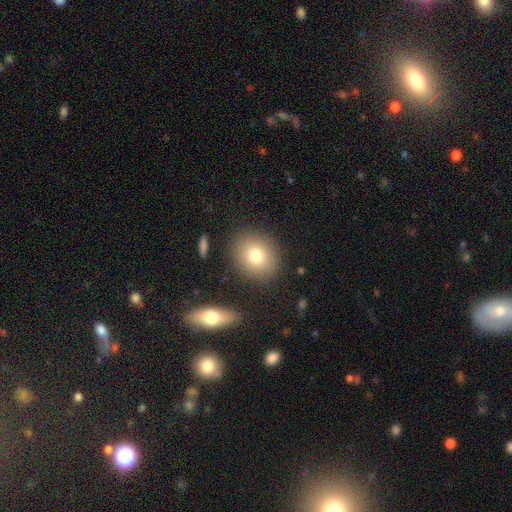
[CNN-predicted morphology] smooth_or_featured: smooth (p=0.77) [alt: featured or disk p=0.12]
how_rounded: round (p=0.68) [alt: in between p=0.31]
merging: none (p=0.86) [alt: minor disturbance p=0.09]